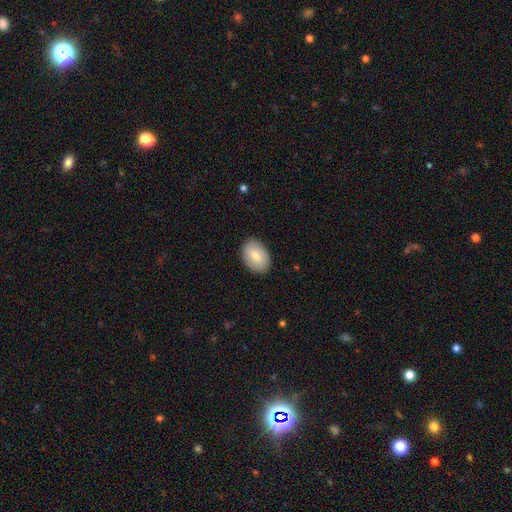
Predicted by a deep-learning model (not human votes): smooth-or-featured: smooth: 77% | featured or disk: 16% | star or artifact: 6%
  how-rounded: in between: 85% | round: 14% | cigar-shaped: 1%
  merging: none: 88% | minor disturbance: 9% | major disturbance: 2% | merger: 1%